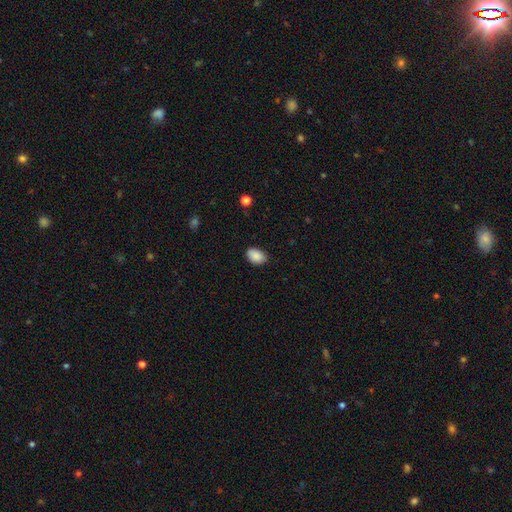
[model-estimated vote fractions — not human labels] Smooth or featured?
  - smooth: 89% *
  - star or artifact: 7%
  - featured or disk: 3%
How rounded?
  - in between: 86% *
  - round: 13%
  - cigar-shaped: 1%
Merging?
  - none: 84% *
  - minor disturbance: 13%
  - major disturbance: 2%
  - merger: 1%